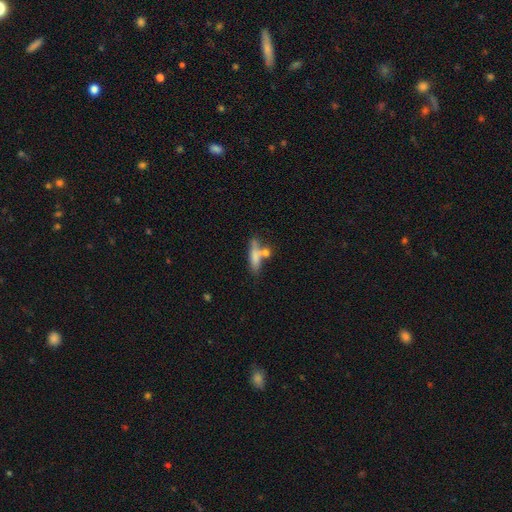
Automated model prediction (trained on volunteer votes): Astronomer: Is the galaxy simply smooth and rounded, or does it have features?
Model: smooth — 66%.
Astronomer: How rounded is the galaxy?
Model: cigar-shaped — 65%.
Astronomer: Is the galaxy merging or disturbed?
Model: none — 43% (runner-up: merger, 32%).